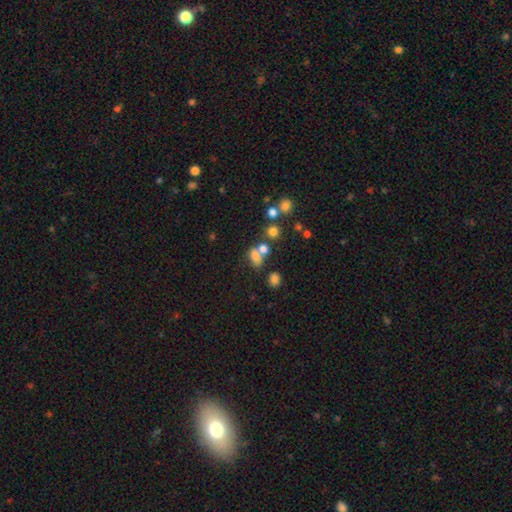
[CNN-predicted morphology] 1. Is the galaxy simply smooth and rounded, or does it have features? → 70% smooth, 18% star or artifact, 12% featured or disk.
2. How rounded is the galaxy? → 68% in between, 29% round, 3% cigar-shaped.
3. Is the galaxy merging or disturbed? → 40% none, 38% merger, 14% minor disturbance, 8% major disturbance.